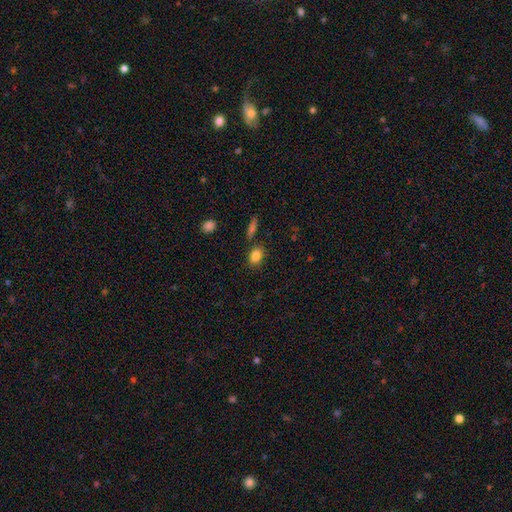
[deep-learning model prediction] smooth-or-featured: smooth: 84% | star or artifact: 10% | featured or disk: 6%
  how-rounded: in between: 71% | round: 27% | cigar-shaped: 2%
  merging: none: 78% | minor disturbance: 12% | merger: 6% | major disturbance: 3%